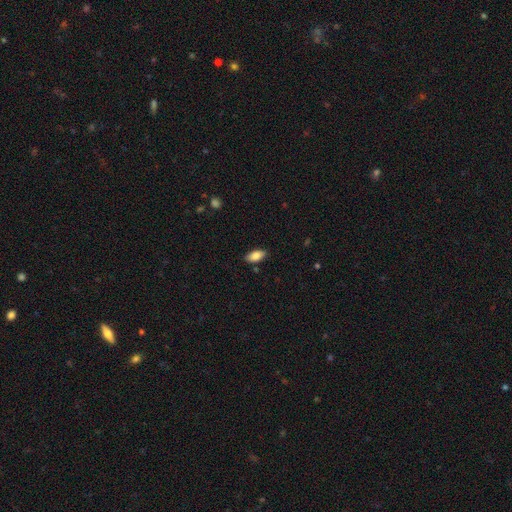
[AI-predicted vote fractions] Smooth or featured?
  - smooth: 83% *
  - featured or disk: 10%
  - star or artifact: 7%
How rounded?
  - in between: 90% *
  - cigar-shaped: 7%
  - round: 2%
Merging?
  - none: 86% *
  - minor disturbance: 10%
  - major disturbance: 2%
  - merger: 1%